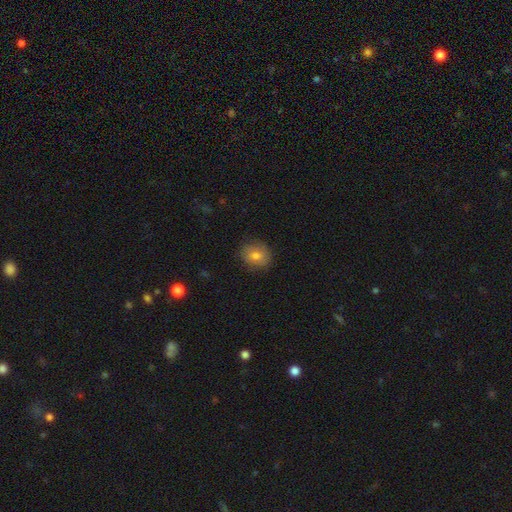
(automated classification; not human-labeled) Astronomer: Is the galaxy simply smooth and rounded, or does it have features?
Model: smooth — 78%.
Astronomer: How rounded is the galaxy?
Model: round — 69%.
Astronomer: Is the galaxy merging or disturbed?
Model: none — 83%.